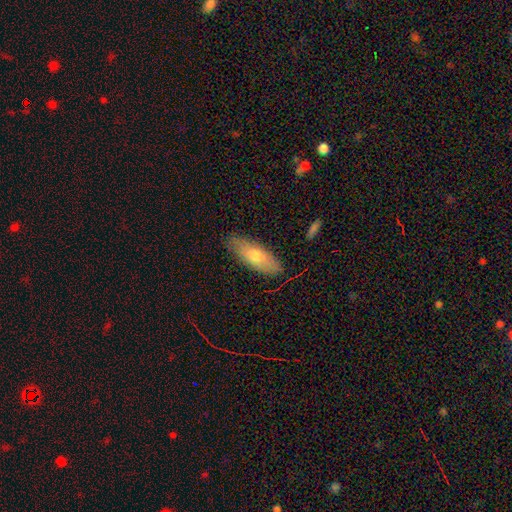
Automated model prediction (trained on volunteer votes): Overall: smooth (68%). How rounded: in between (67%; cigar-shaped 30%). Merging: none (82%).